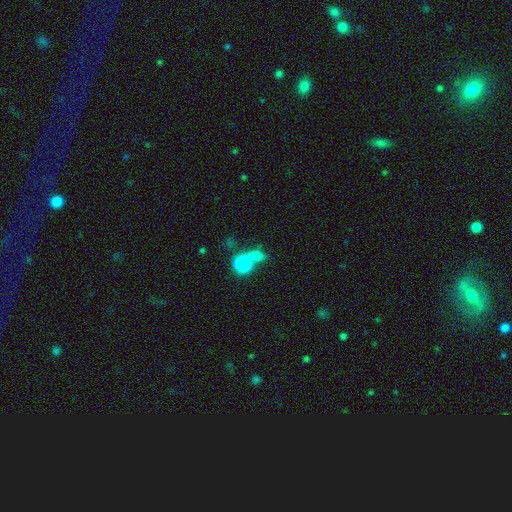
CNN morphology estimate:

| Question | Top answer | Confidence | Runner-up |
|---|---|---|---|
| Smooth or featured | smooth | 66% | star or artifact (24%) |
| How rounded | round | 55% | in between (43%) |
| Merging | none | 48% | merger (36%) |